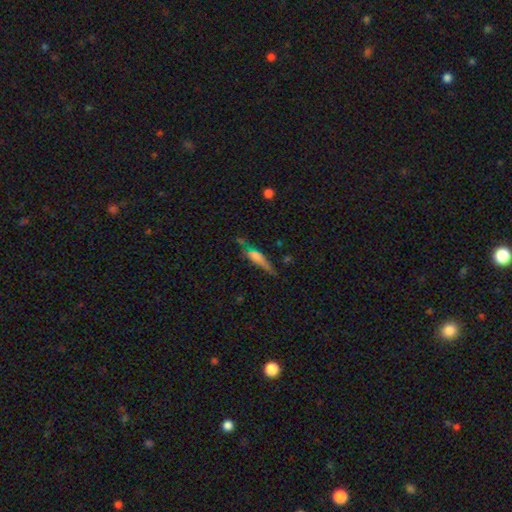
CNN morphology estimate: smooth 59%, featured or disk 29%, star or artifact 12%. Down the decision tree: how rounded — cigar-shaped (67%); merging — none (46%).